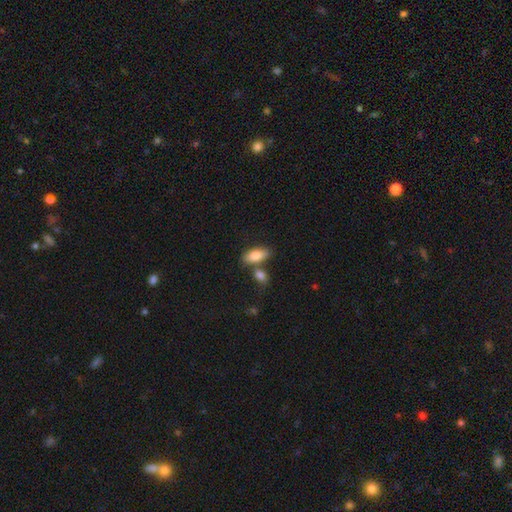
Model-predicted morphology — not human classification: smooth_or_featured: smooth (p=0.82) [alt: featured or disk p=0.11]
how_rounded: in between (p=0.89) [alt: cigar-shaped p=0.07]
merging: none (p=0.60) [alt: merger p=0.25]